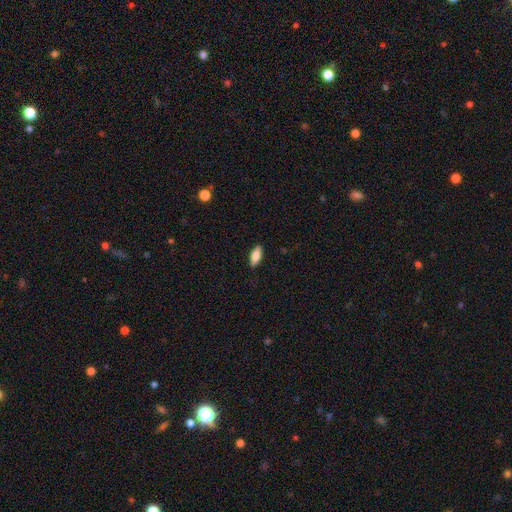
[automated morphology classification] A smooth galaxy with no disk features (83%) that is in between round and cigar-shaped (80%). Merging: none (88%).